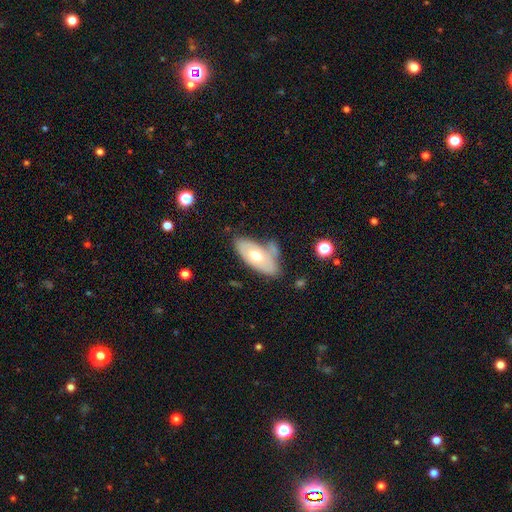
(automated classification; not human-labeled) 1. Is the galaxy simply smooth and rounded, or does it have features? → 51% smooth, 43% featured or disk, 6% star or artifact.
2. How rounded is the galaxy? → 90% in between, 7% cigar-shaped, 3% round.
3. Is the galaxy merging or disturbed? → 46% none, 27% minor disturbance, 17% merger, 11% major disturbance.